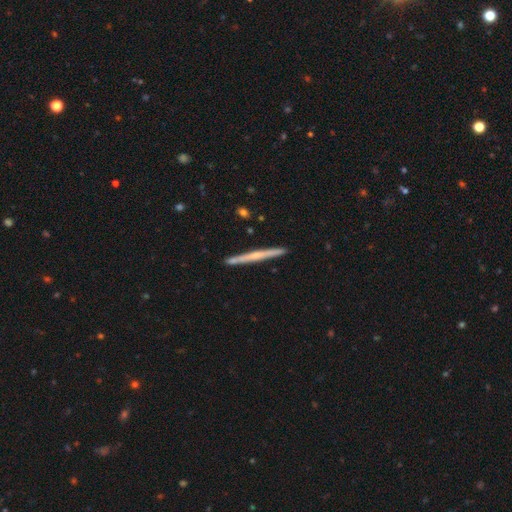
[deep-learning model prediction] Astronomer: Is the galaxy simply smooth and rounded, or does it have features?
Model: featured or disk — 65%.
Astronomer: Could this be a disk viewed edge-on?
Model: yes — 98%.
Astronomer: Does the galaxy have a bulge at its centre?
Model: rounded — 48% (runner-up: none, 45%).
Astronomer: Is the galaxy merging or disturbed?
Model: none — 90%.